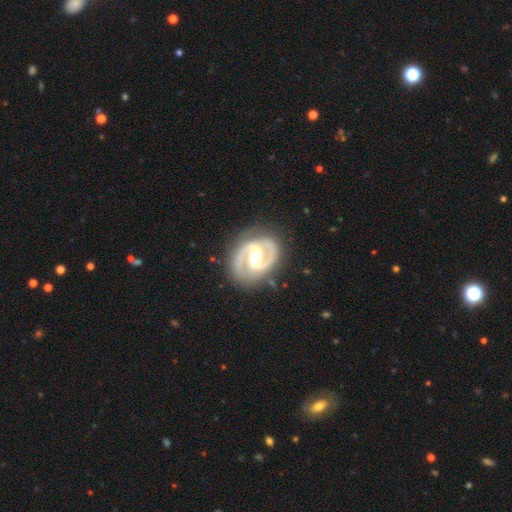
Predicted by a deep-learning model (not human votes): Overall: featured or disk (92%). Edge-on disk: no (98%). Bar: strong (57%; weak 32%). Spiral arms: yes (97%). Spiral arm count: 2 (94%). Spiral winding: medium (59%; tight 31%). Bulge size: moderate (60%; large 25%). Merging: none (84%).